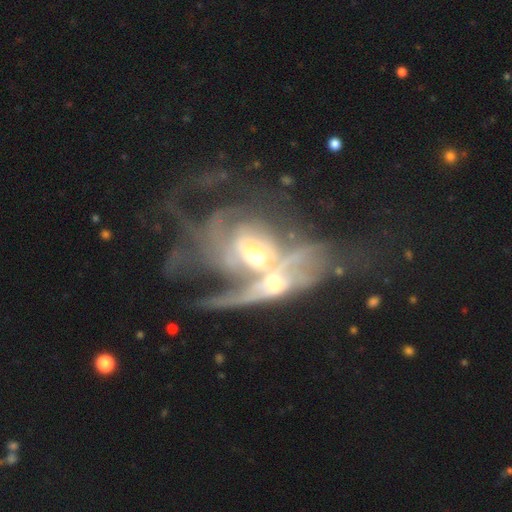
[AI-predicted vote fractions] Smooth or featured? featured or disk (80%)
Edge-on disk? no (90%)
Bar? no (66%)
Spiral arms? yes (70%)
Spiral winding? tight (35%)
Spiral arm count? can't tell (52%)
Bulge size? moderate (60%)
Merging? merger (70%)